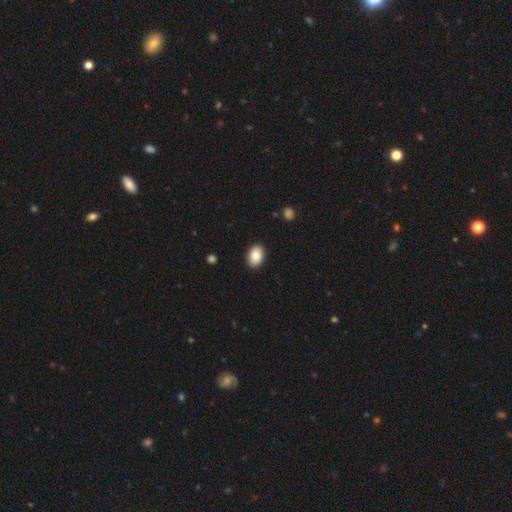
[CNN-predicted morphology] This is clearly a smooth galaxy (88%). How rounded: clearly in between (81%). Merging: clearly none (89%).